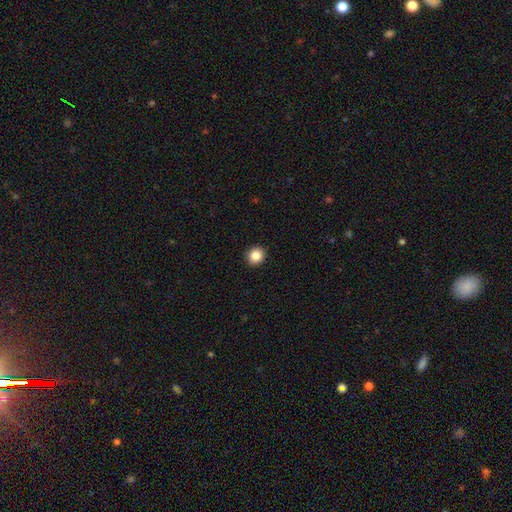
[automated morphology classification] Smooth or featured? smooth (86%)
How rounded? round (85%)
Merging? none (92%)